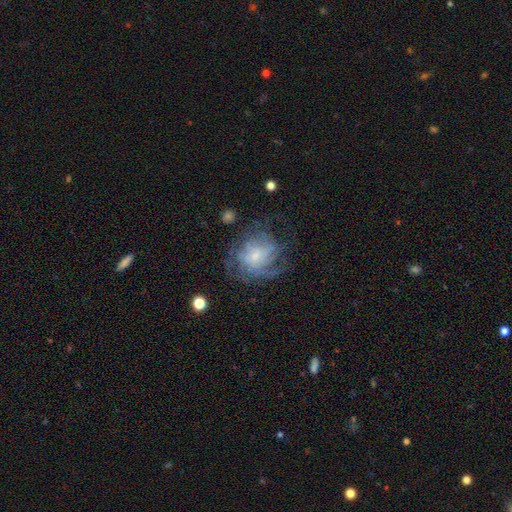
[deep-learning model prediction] This appears to be a featured or disk galaxy (69%) with no bar (66%), tight (45%) spiral arms (81%) and a small central bulge (60%). Merging: none (54%).